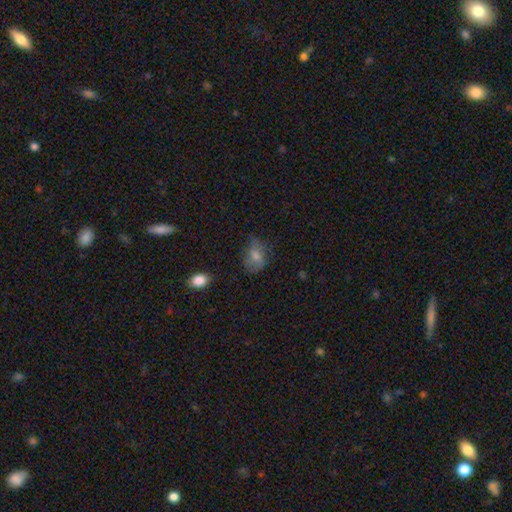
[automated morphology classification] Smooth or featured? smooth (65%)
How rounded? in between (69%)
Merging? none (57%)